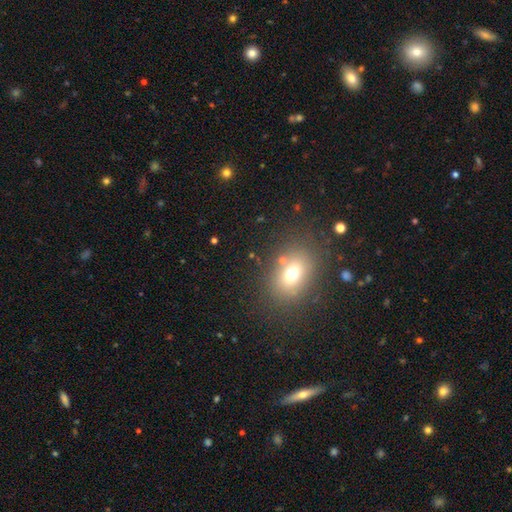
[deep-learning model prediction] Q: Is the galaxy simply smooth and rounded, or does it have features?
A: smooth — 61%.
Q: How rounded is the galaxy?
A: in between — 56%.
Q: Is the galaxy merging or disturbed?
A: none — 87%.